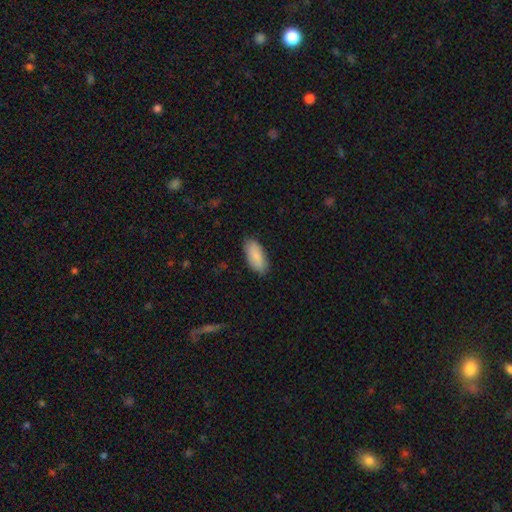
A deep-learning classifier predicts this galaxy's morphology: A smooth galaxy with no disk features (87%) that is in between round and cigar-shaped (86%).

Vote fractions:
- Smooth or featured? smooth: 87% / featured or disk: 7% / star or artifact: 6%
- How rounded? in between: 86% / cigar-shaped: 12% / round: 2%
- Merging? none: 85% / minor disturbance: 12% / major disturbance: 2% / merger: 1%